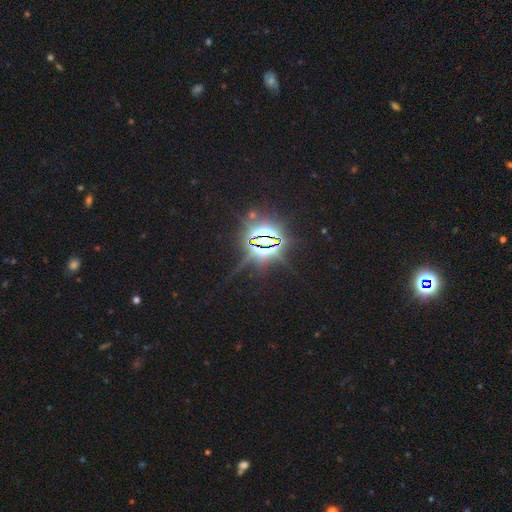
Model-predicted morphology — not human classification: smooth-or-featured: star or artifact: 86% | featured or disk: 8% | smooth: 6%